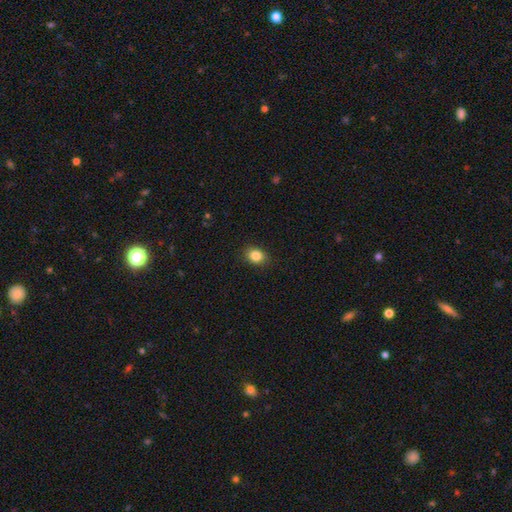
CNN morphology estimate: This appears to be a smooth galaxy with no disk features (85%) that is in between round and cigar-shaped (51%). Merging: none (88%).